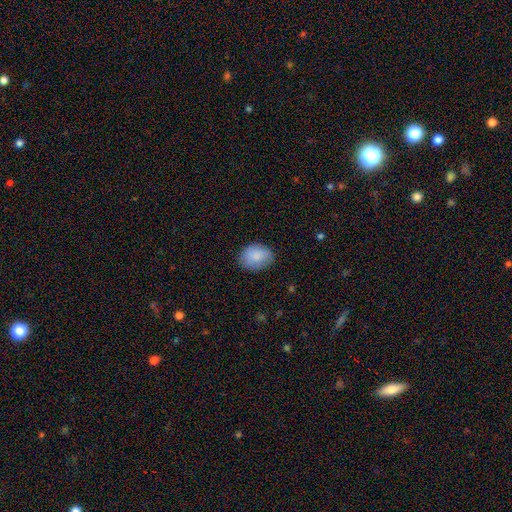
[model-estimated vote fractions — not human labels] Smooth or featured?
  - smooth: 85% *
  - featured or disk: 8%
  - star or artifact: 7%
How rounded?
  - in between: 62% *
  - round: 37%
  - cigar-shaped: 1%
Merging?
  - none: 78% *
  - minor disturbance: 17%
  - major disturbance: 4%
  - merger: 1%